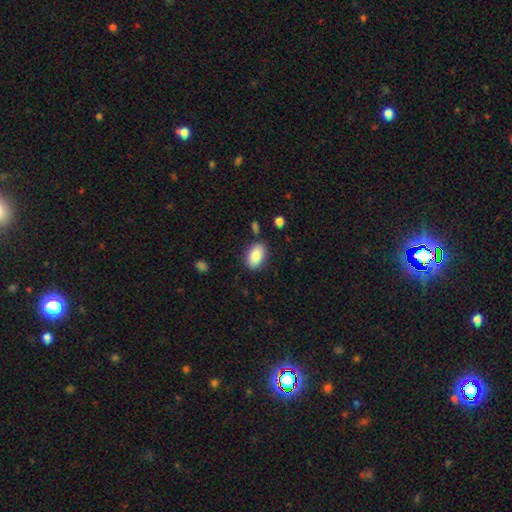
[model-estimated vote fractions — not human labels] Smooth or featured? Predicted: smooth (p=0.87). How rounded? Predicted: in between (p=0.92). Merging? Predicted: none (p=0.82).